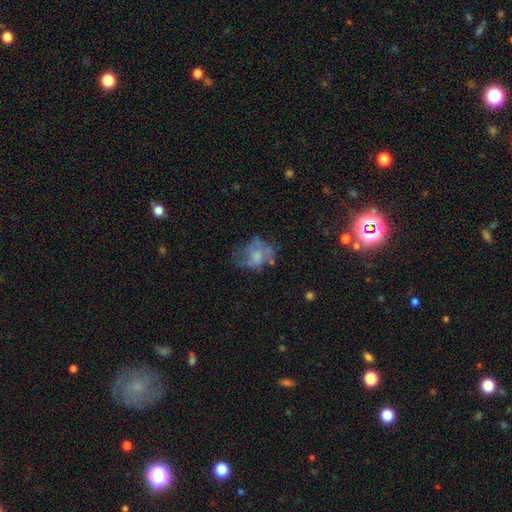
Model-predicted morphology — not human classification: smooth 47%, featured or disk 42%, star or artifact 11%. Down the decision tree: merging — none (34%).